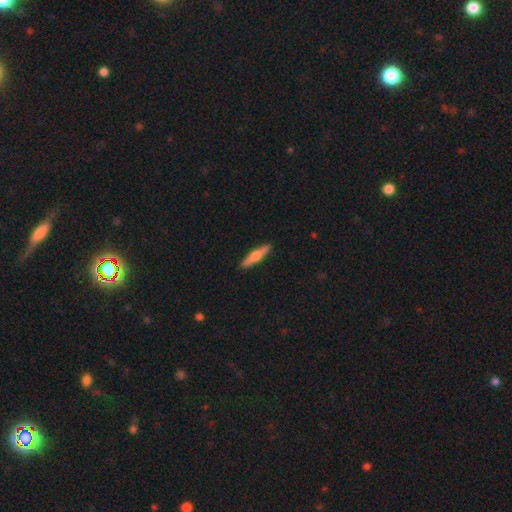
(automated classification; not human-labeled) Morphology: type=smooth (56%); roundness=cigar-shaped (85%); merging=none (91%).